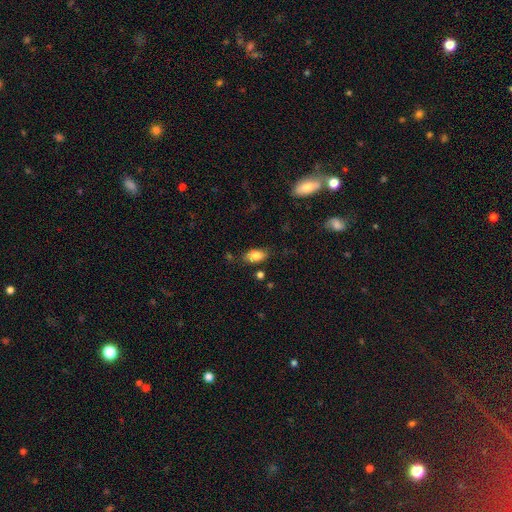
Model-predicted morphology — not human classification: smooth 82%, featured or disk 10%, star or artifact 8%. Down the decision tree: how rounded — in between (91%); merging — none (75%).